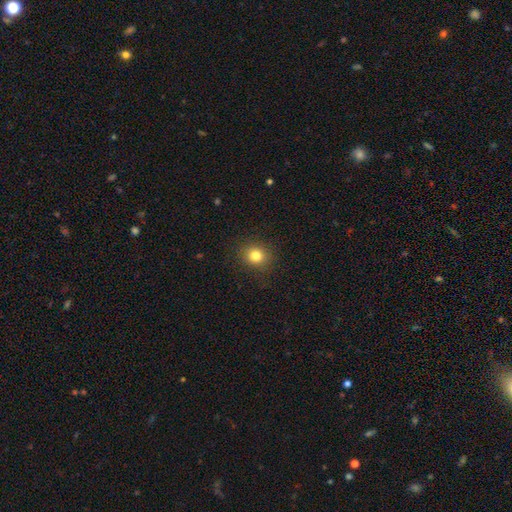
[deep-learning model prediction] Smooth or featured?
  - smooth: 81% *
  - star or artifact: 13%
  - featured or disk: 6%
How rounded?
  - round: 79% *
  - in between: 20%
  - cigar-shaped: 1%
Merging?
  - none: 89% *
  - minor disturbance: 7%
  - major disturbance: 3%
  - merger: 1%